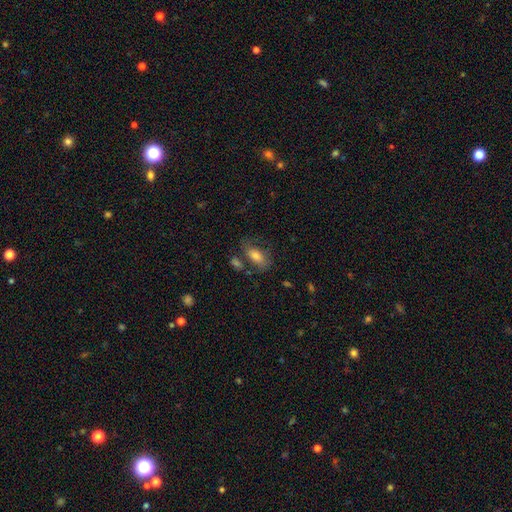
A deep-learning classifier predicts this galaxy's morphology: A smooth galaxy with no disk features (70%) that is in between round and cigar-shaped (86%). Merging: none (56%).